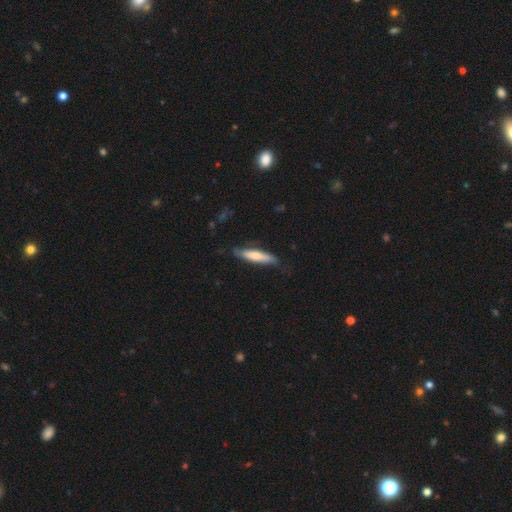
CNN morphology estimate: Q: Smooth or featured?
A: smooth (65%); runner-up: featured or disk (30%)
Q: How rounded?
A: cigar-shaped (79%); runner-up: in between (19%)
Q: Merging?
A: none (72%); runner-up: minor disturbance (22%)